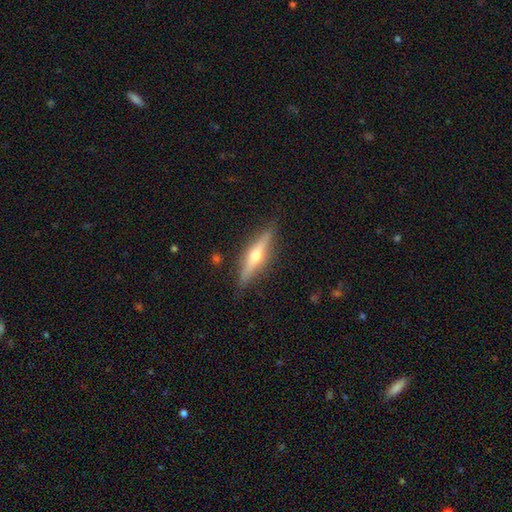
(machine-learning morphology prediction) featured or disk 70%, smooth 24%, star or artifact 6%. Down the decision tree: edge-on disk — yes (96%); edge-on bulge — rounded (93%); merging — none (88%).